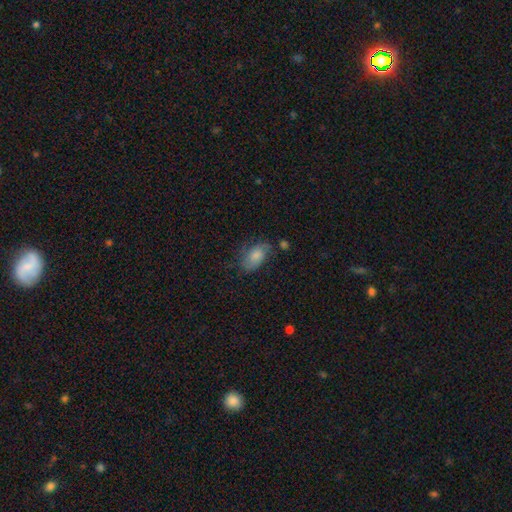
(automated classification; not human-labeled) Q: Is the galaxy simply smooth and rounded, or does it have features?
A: smooth — 65%.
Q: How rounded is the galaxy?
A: in between — 91%.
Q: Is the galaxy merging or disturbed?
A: none — 51%.